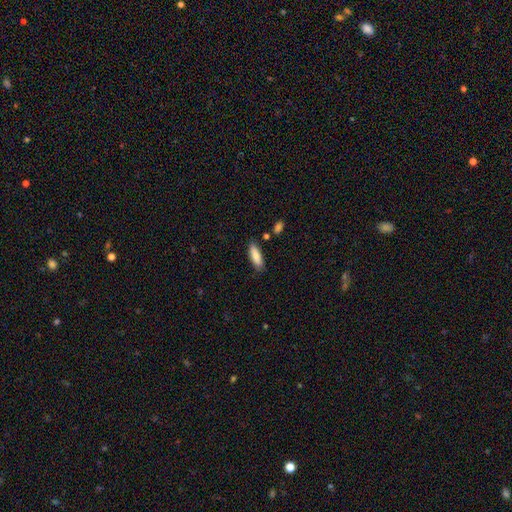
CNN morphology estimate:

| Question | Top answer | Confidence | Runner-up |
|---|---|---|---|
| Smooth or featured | smooth | 85% | featured or disk (9%) |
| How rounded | in between | 50% | cigar-shaped (48%) |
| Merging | none | 84% | minor disturbance (10%) |